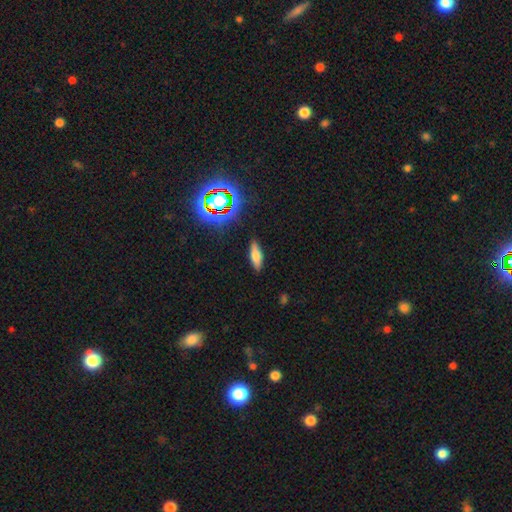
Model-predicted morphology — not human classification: This is likely a smooth galaxy (66%). How rounded: possibly in between (56%). Merging: clearly none (86%).